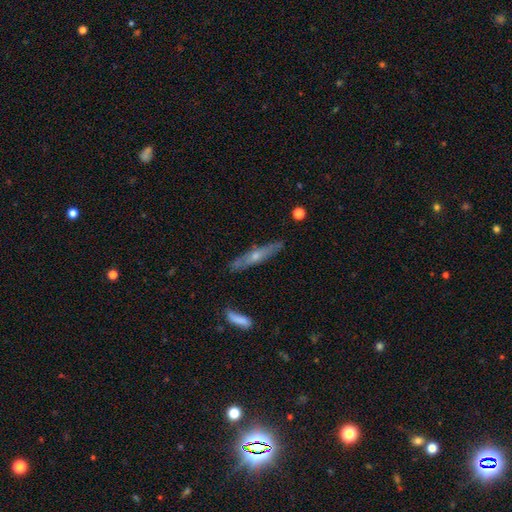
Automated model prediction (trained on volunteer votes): Overall: featured or disk (63%; smooth 30%). Edge-on disk: yes (88%). Edge-on bulge: rounded (77%). Merging: none (84%).